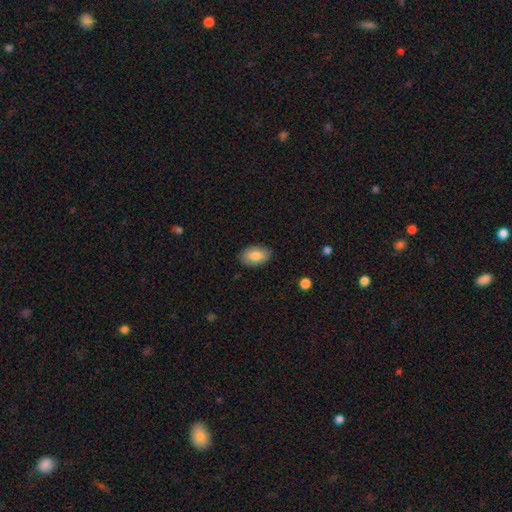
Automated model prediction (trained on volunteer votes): Morphology: type=smooth (80%); roundness=in between (91%); merging=none (84%).